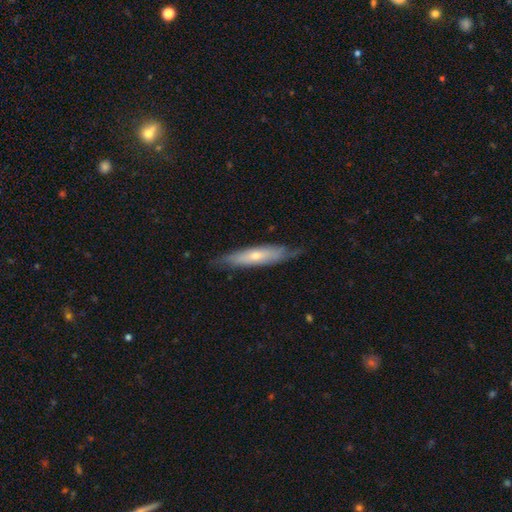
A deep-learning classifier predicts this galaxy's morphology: Smooth or featured? Predicted: featured or disk (p=0.53). Edge-on disk? Predicted: yes (p=0.63). Merging? Predicted: none (p=0.72).